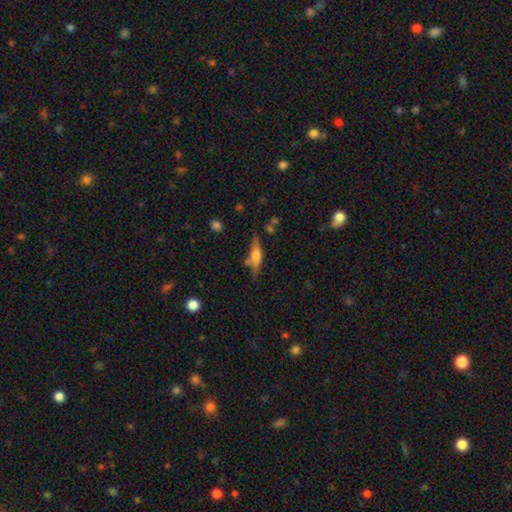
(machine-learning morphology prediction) Smooth or featured? Predicted: smooth (p=0.51). How rounded? Predicted: cigar-shaped (p=0.60). Merging? Predicted: none (p=0.62).